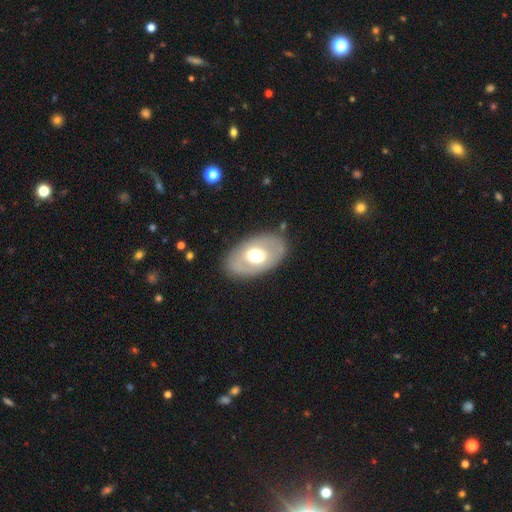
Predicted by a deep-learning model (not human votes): smooth 51%, featured or disk 43%, star or artifact 6%. Down the decision tree: how rounded — in between (88%); merging — none (83%).